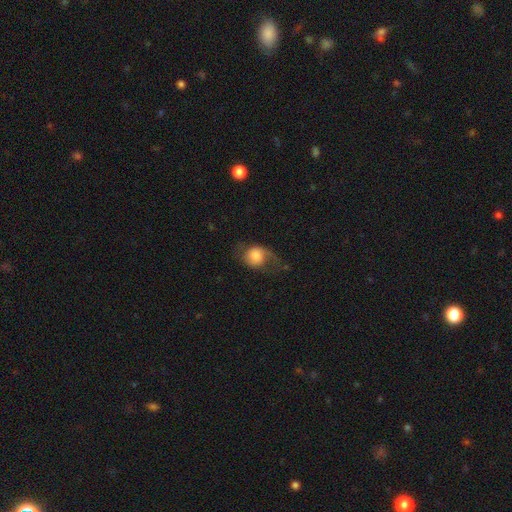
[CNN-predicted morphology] smooth-or-featured: smooth: 59% | featured or disk: 32% | star or artifact: 8%
  how-rounded: round: 62% | in between: 37% | cigar-shaped: 1%
  merging: none: 40% | major disturbance: 31% | minor disturbance: 27% | merger: 2%